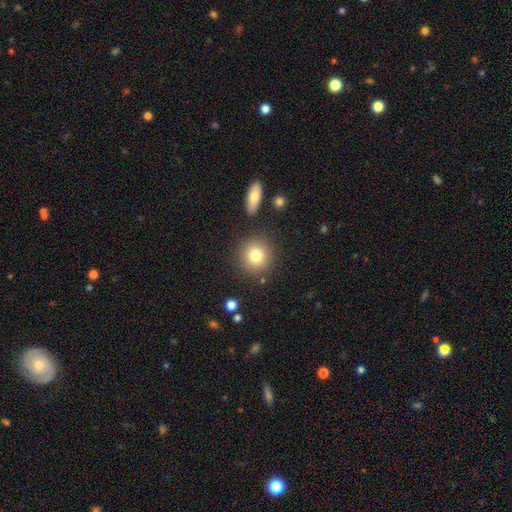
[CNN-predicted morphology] Smooth or featured: smooth — 80% (star or artifact — 10%)
How rounded: round — 90% (in between — 9%)
Merging: none — 84% (minor disturbance — 8%)